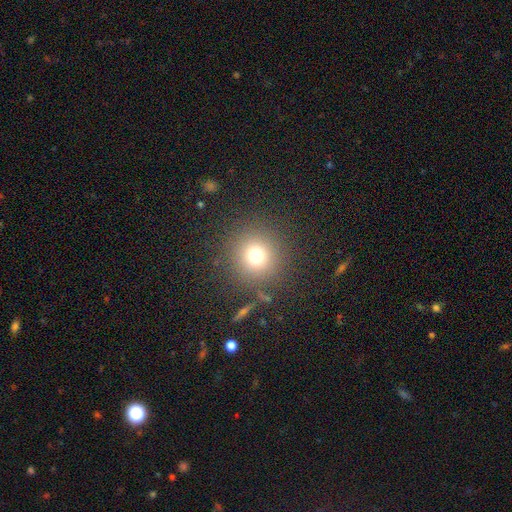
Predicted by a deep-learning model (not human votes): Smooth or featured: smooth — 72% (star or artifact — 18%)
How rounded: round — 94% (in between — 5%)
Merging: none — 85% (minor disturbance — 8%)